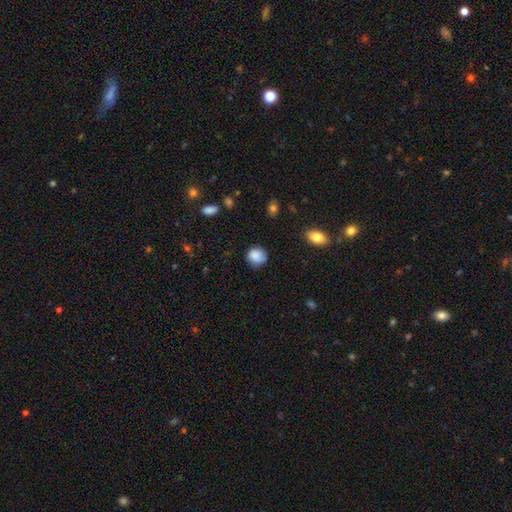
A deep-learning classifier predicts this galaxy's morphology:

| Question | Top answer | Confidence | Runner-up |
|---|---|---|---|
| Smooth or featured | smooth | 84% | star or artifact (8%) |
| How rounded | round | 83% | in between (16%) |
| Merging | none | 72% | minor disturbance (21%) |